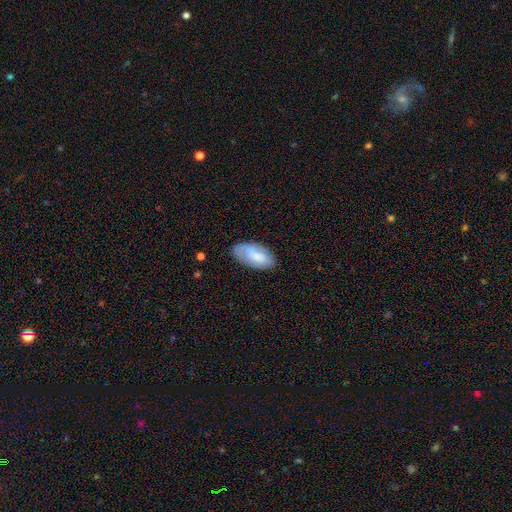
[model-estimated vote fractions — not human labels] smooth_or_featured: smooth (p=0.66) [alt: featured or disk p=0.28]
how_rounded: in between (p=0.93) [alt: cigar-shaped p=0.04]
merging: none (p=0.69) [alt: minor disturbance p=0.23]